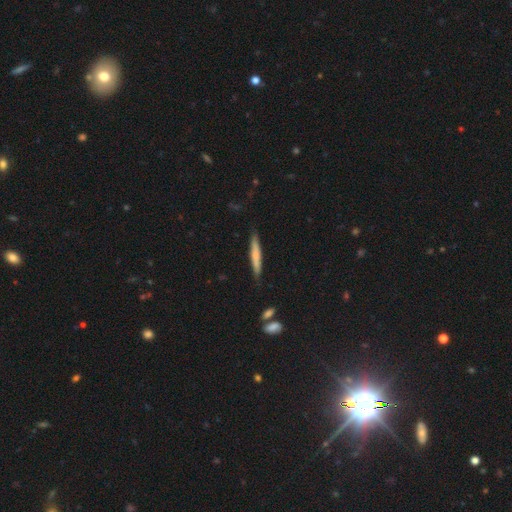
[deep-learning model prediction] Smooth or featured: smooth — 65% (featured or disk — 29%)
How rounded: cigar-shaped — 94% (in between — 5%)
Merging: none — 84% (minor disturbance — 12%)